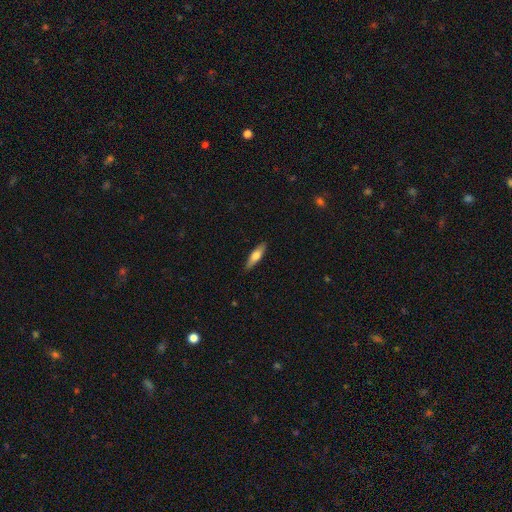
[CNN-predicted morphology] Overall: smooth (64%; featured or disk 30%). How rounded: cigar-shaped (61%; in between 37%). Merging: none (89%).